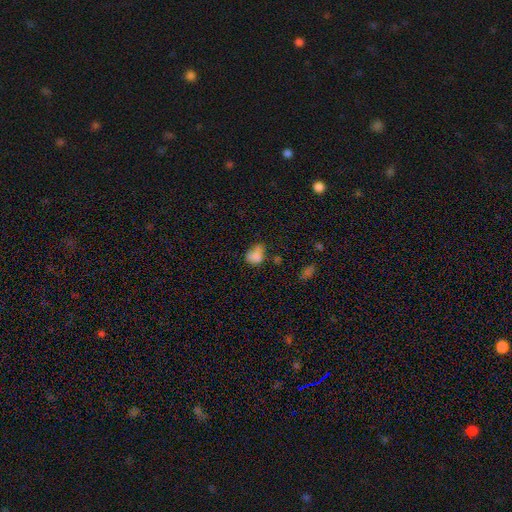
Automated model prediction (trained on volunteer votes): Q: Smooth or featured?
A: smooth (74%); runner-up: star or artifact (13%)
Q: How rounded?
A: in between (67%); runner-up: round (31%)
Q: Merging?
A: none (35%); runner-up: minor disturbance (33%)